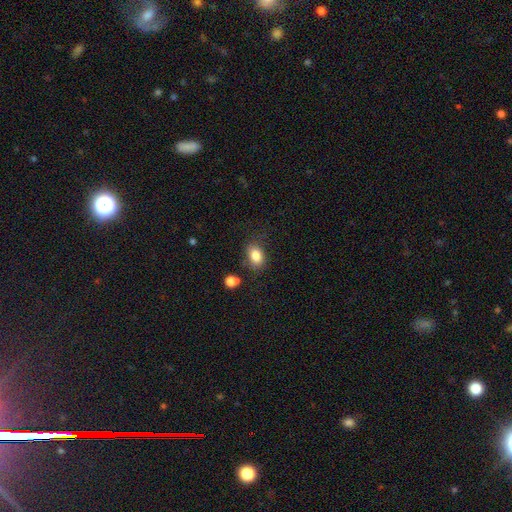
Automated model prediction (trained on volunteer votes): Smooth or featured?
  - smooth: 84% *
  - star or artifact: 9%
  - featured or disk: 7%
How rounded?
  - in between: 75% *
  - round: 23%
  - cigar-shaped: 1%
Merging?
  - none: 71% *
  - minor disturbance: 18%
  - major disturbance: 6%
  - merger: 5%